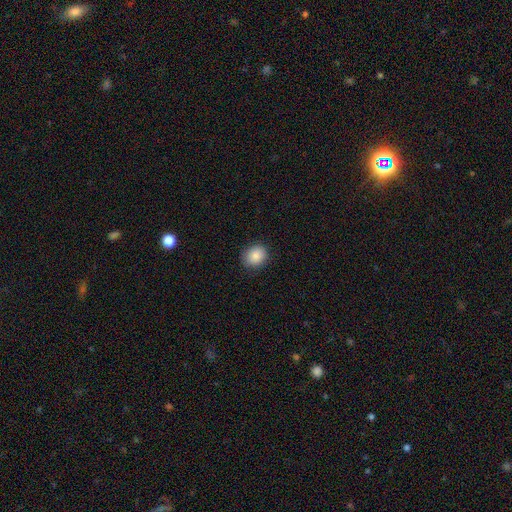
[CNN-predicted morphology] Smooth or featured: smooth — 87% (star or artifact — 9%)
How rounded: round — 64% (in between — 36%)
Merging: none — 87% (minor disturbance — 10%)